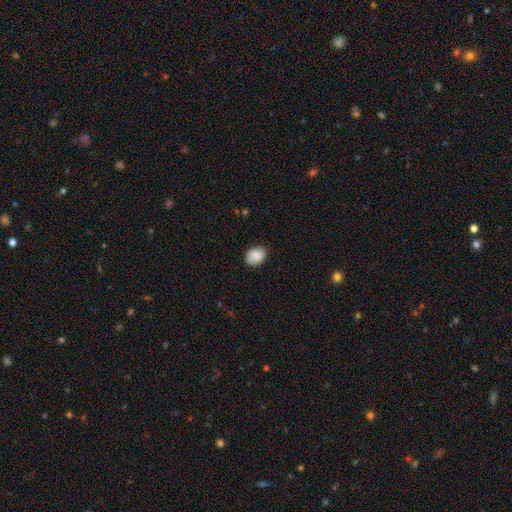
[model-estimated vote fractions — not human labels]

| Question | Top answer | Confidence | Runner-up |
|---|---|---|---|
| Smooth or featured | smooth | 86% | star or artifact (7%) |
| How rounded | in between | 69% | round (30%) |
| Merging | none | 79% | minor disturbance (17%) |